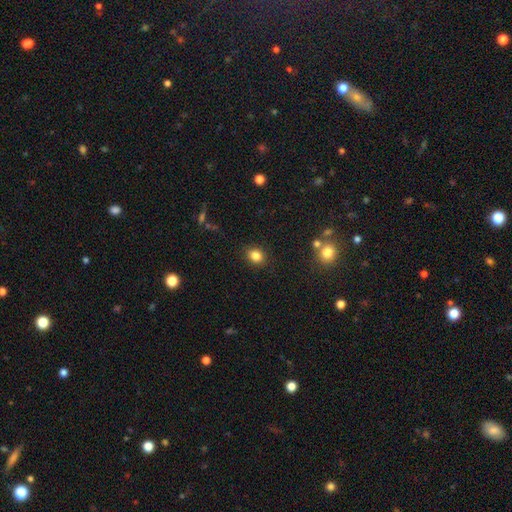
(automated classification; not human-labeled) A smooth galaxy with no disk features (83%) that is round (60%). Merging: none (87%).